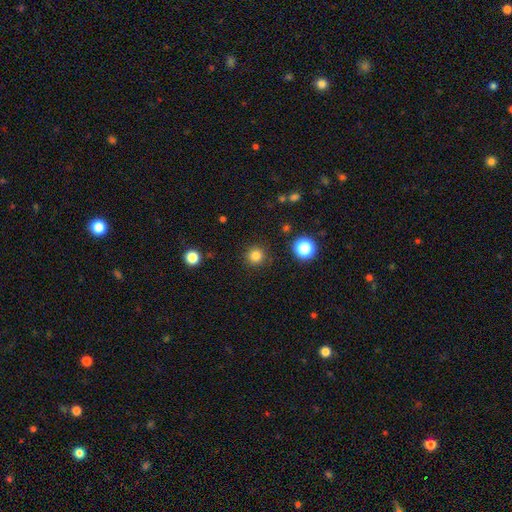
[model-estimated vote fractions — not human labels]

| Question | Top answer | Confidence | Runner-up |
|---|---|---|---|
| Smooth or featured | smooth | 82% | star or artifact (14%) |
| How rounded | round | 95% | in between (4%) |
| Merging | none | 90% | minor disturbance (6%) |